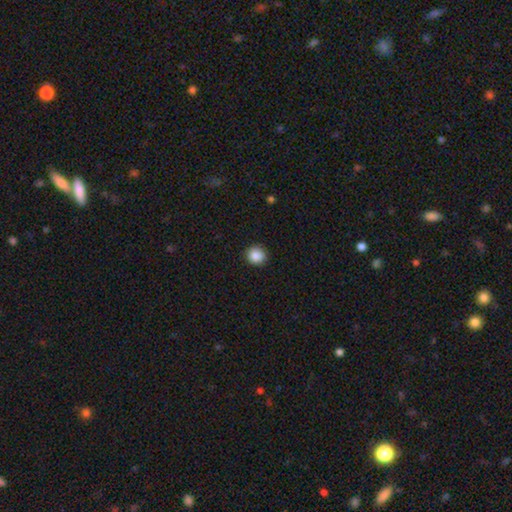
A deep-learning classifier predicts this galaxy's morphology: This appears to be a smooth galaxy with no disk features (88%) that is round (91%). Merging: none (91%).